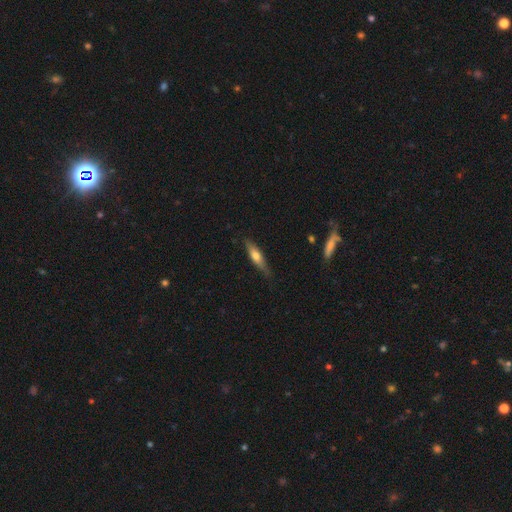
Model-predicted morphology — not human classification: smooth_or_featured: smooth (p=0.48) [alt: featured or disk p=0.46]
merging: none (p=0.80) [alt: minor disturbance p=0.16]